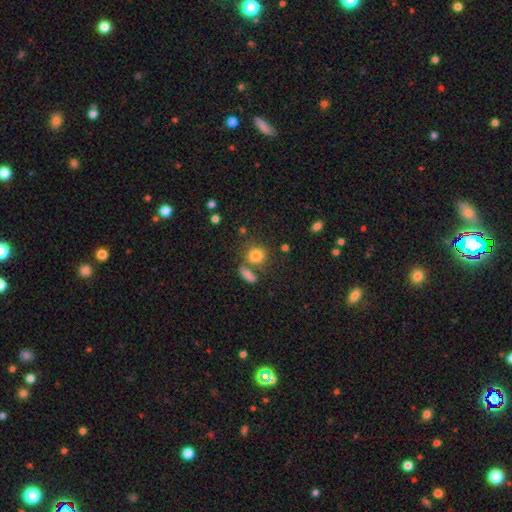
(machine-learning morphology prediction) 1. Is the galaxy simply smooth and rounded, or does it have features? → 81% smooth, 11% star or artifact, 8% featured or disk.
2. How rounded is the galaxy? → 71% round, 27% in between, 2% cigar-shaped.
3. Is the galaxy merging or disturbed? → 63% none, 19% merger, 12% minor disturbance, 5% major disturbance.